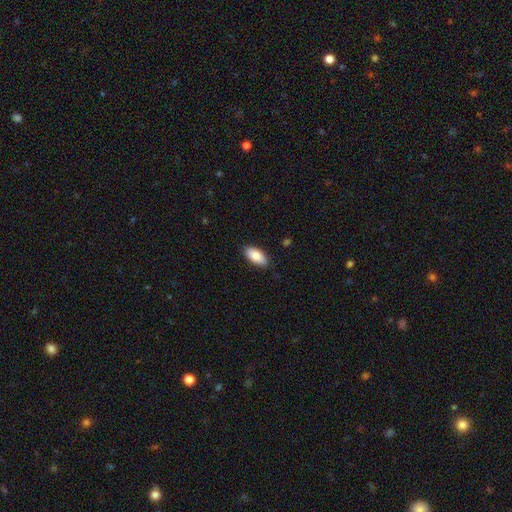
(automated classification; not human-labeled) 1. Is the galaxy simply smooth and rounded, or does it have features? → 85% smooth, 9% featured or disk, 6% star or artifact.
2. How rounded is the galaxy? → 90% in between, 8% cigar-shaped, 2% round.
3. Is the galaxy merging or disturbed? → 87% none, 10% minor disturbance, 2% major disturbance, 1% merger.